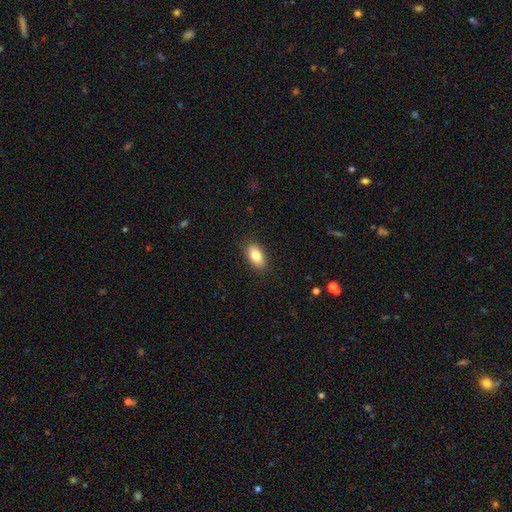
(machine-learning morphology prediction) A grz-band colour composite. It shows a smooth galaxy with no disk features (82%) that is in between round and cigar-shaped (91%). Merging: none (88%).